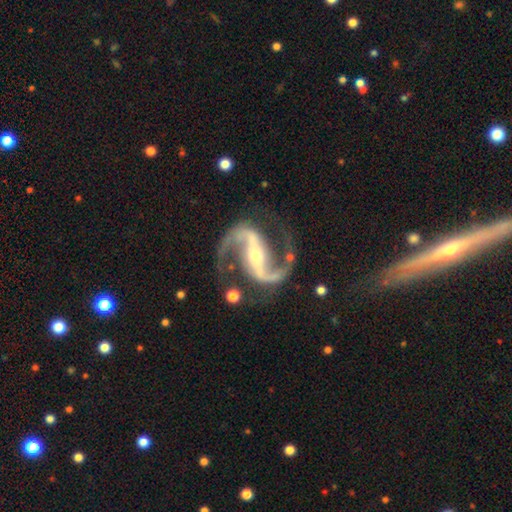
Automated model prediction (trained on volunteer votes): featured or disk 94%, star or artifact 4%, smooth 2%. Down the decision tree: edge-on disk — no (98%); bar — strong (69%); spiral arms — yes (99%); spiral arm count — 2 (95%); spiral winding — medium (58%); bulge size — small (55%); merging — none (80%).